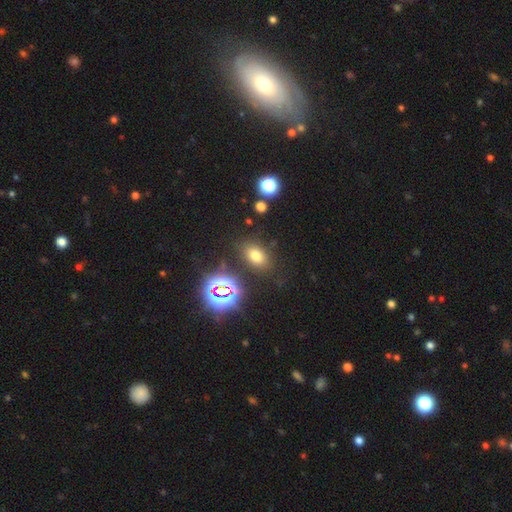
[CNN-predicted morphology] The model was most divided on "smooth or featured": smooth: 67%, star or artifact: 24%, featured or disk: 9%. More confident: merging — none (83%); how rounded — in between (79%).